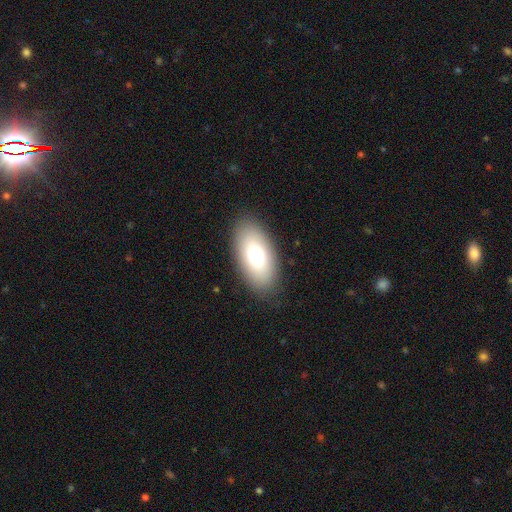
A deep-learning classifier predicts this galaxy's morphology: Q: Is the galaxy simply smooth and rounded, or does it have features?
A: smooth — 72%.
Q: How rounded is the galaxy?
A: in between — 92%.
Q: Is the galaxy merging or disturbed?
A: none — 86%.